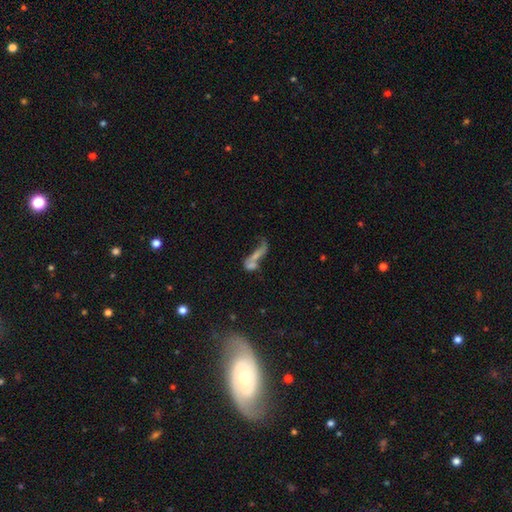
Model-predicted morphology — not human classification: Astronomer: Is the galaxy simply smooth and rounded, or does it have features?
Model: featured or disk — 42% (runner-up: smooth, 39%).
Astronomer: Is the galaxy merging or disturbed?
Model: merger — 51%.